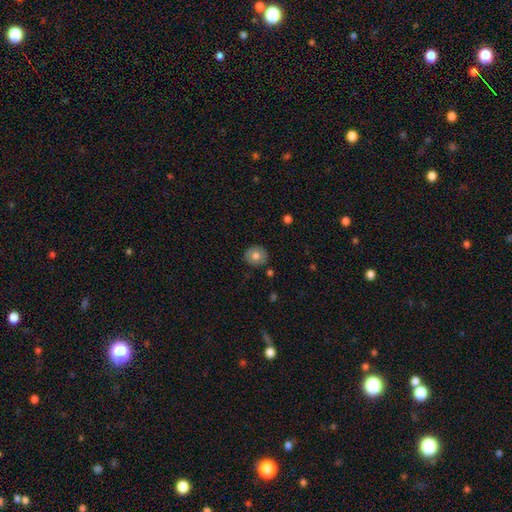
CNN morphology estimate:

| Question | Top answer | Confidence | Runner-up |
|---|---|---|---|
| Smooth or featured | smooth | 73% | featured or disk (19%) |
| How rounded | round | 85% | in between (14%) |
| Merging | none | 87% | minor disturbance (9%) |